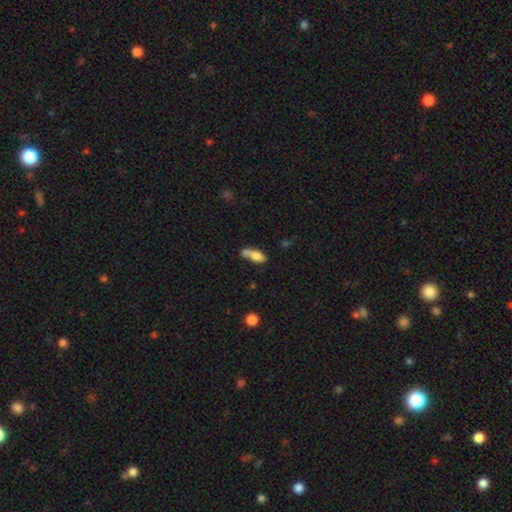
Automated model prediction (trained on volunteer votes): Smooth or featured? smooth (75%)
How rounded? in between (77%)
Merging? merger (39%)